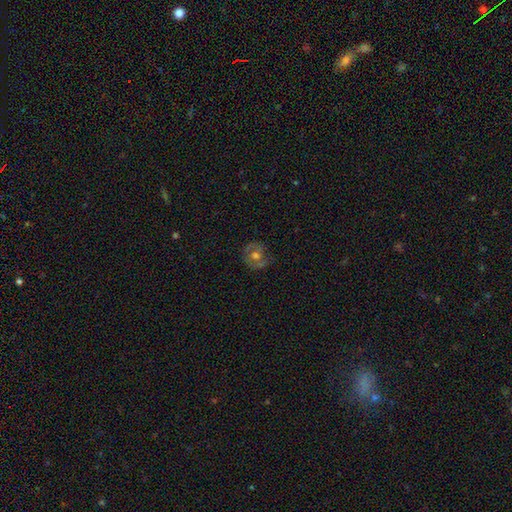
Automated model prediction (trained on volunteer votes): featured or disk 53%, smooth 37%, star or artifact 10%. Down the decision tree: edge-on disk — no (96%); bar — no (75%); spiral arms — yes (57%); bulge size — moderate (70%); merging — none (70%).